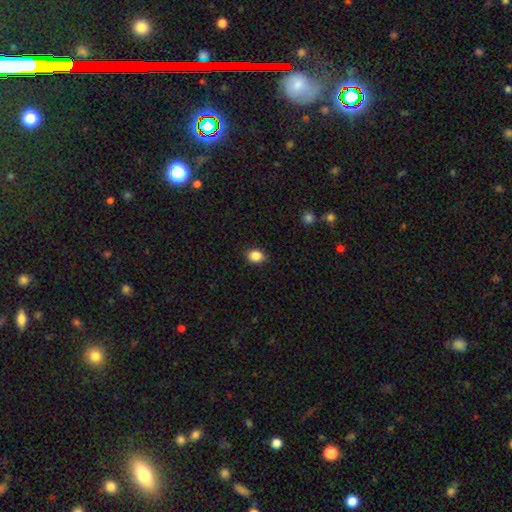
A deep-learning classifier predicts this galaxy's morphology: smooth 87%, star or artifact 10%, featured or disk 4%. Down the decision tree: how rounded — in between (52%); merging — none (88%).